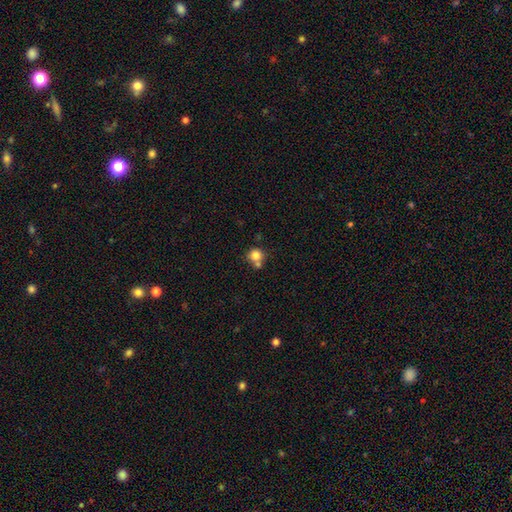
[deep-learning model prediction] Q: Smooth or featured?
A: smooth (81%); runner-up: star or artifact (11%)
Q: How rounded?
A: round (89%); runner-up: in between (10%)
Q: Merging?
A: none (54%); runner-up: merger (34%)